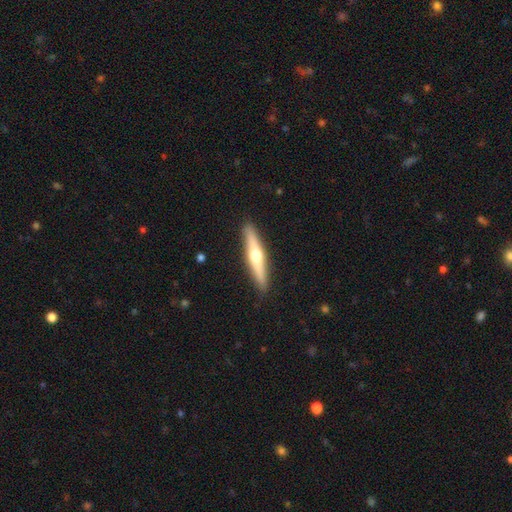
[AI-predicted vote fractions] This appears to be a featured or disk galaxy (53%) viewed edge-on (94%) with a rounded central bulge (90%). Merging: none (91%).